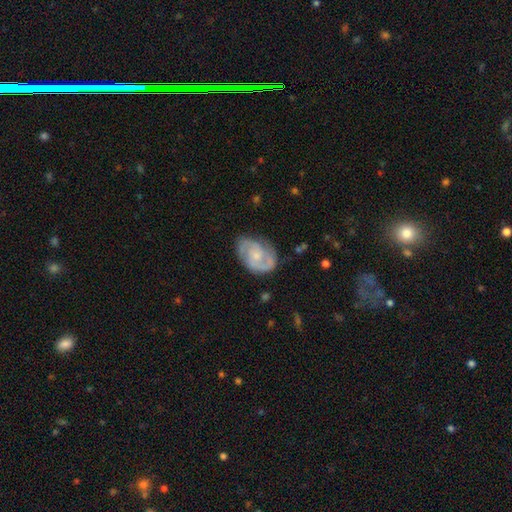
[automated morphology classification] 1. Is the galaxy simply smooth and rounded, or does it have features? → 77% featured or disk, 18% smooth, 5% star or artifact.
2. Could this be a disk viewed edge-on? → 97% no, 3% yes.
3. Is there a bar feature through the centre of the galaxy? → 66% no, 30% weak, 5% strong.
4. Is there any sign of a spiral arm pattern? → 92% yes, 8% no.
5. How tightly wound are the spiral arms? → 45% medium, 41% tight, 14% loose.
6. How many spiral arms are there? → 75% 2, 12% can't tell, 5% 3, 4% 1, 2% 4, 2% more than 4.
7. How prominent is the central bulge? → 56% small, 32% moderate, 8% none, 2% large, 1% dominant.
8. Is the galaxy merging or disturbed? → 71% none, 20% minor disturbance, 8% major disturbance, 2% merger.